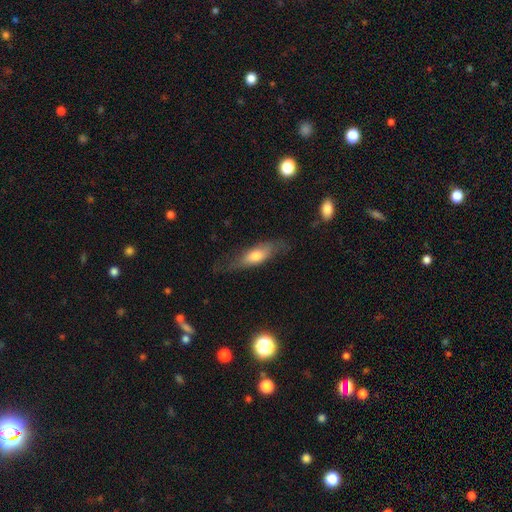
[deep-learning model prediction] Q: Smooth or featured?
A: smooth (61%); runner-up: featured or disk (33%)
Q: How rounded?
A: in between (52%); runner-up: cigar-shaped (46%)
Q: Merging?
A: none (61%); runner-up: minor disturbance (25%)